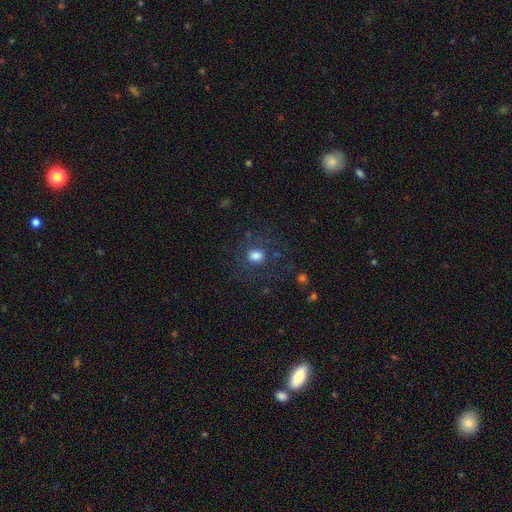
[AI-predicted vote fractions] smooth_or_featured: smooth (p=0.75) [alt: star or artifact p=0.14]
how_rounded: round (p=0.76) [alt: in between p=0.23]
merging: none (p=0.74) [alt: minor disturbance p=0.13]